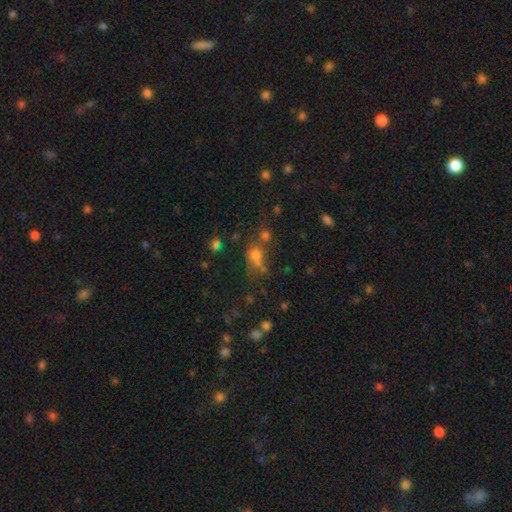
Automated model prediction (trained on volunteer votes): A smooth galaxy with no disk features (58%) that is round (71%).

Vote fractions:
- Smooth or featured? smooth: 58% / star or artifact: 30% / featured or disk: 12%
- How rounded? round: 71% / in between: 27% / cigar-shaped: 2%
- Merging? none: 48% / merger: 29% / minor disturbance: 13% / major disturbance: 10%